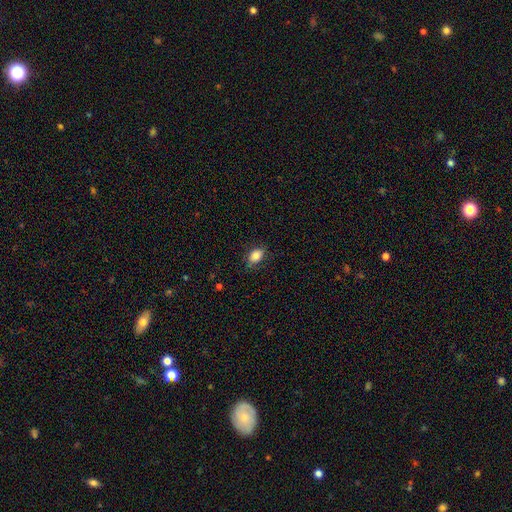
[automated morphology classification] Smooth or featured: smooth — 85% (star or artifact — 9%)
How rounded: in between — 81% (round — 18%)
Merging: none — 78% (minor disturbance — 17%)